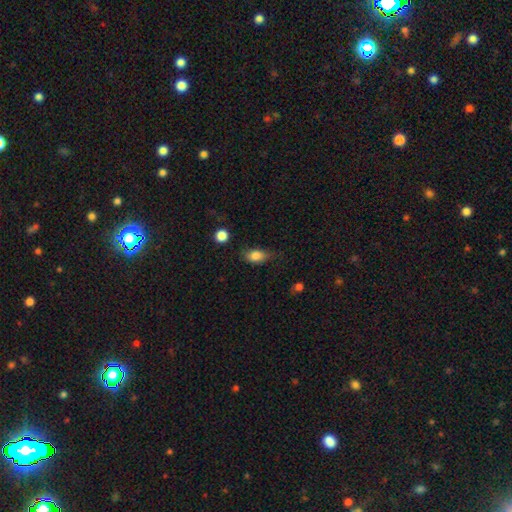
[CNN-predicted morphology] Smooth or featured?
  - smooth: 83% *
  - star or artifact: 8%
  - featured or disk: 8%
How rounded?
  - in between: 84% *
  - round: 12%
  - cigar-shaped: 5%
Merging?
  - none: 64% *
  - minor disturbance: 27%
  - major disturbance: 7%
  - merger: 2%